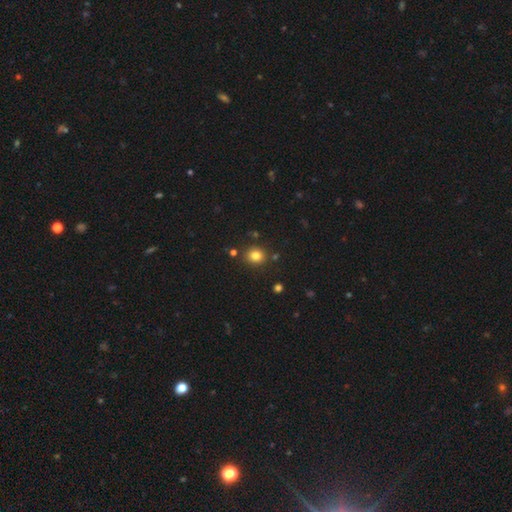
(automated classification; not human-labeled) A smooth galaxy with no disk features (81%) that is round (78%). Merging: none (84%).